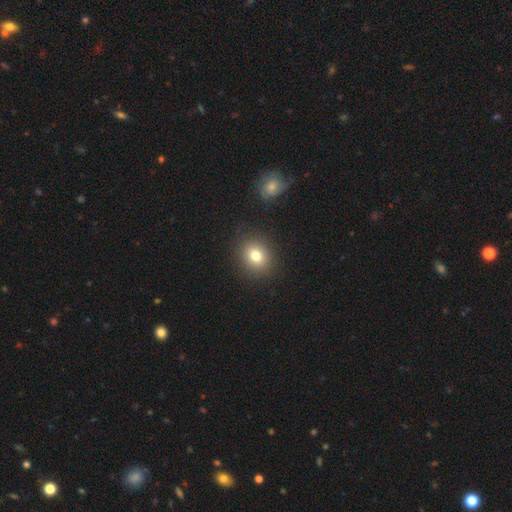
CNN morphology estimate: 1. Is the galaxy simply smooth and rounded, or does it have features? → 78% smooth, 12% star or artifact, 10% featured or disk.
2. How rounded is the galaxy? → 70% round, 30% in between, 1% cigar-shaped.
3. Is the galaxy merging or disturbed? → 87% none, 8% minor disturbance, 3% major disturbance, 2% merger.